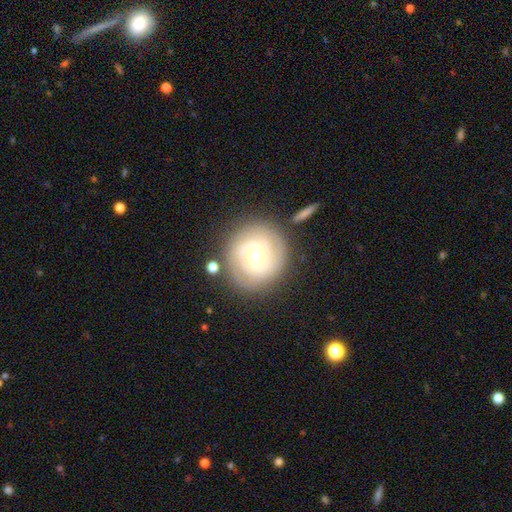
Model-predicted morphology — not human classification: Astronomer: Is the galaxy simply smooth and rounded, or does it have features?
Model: featured or disk — 79%.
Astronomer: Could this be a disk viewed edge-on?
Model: no — 97%.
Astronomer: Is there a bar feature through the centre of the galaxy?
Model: weak — 46% (runner-up: no, 40%).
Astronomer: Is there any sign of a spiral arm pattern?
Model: yes — 94%.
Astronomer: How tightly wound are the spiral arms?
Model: tight — 64%.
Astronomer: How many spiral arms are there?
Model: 2 — 52%.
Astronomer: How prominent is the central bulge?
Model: moderate — 53% (runner-up: small, 42%).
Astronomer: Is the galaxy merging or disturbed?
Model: none — 80%.